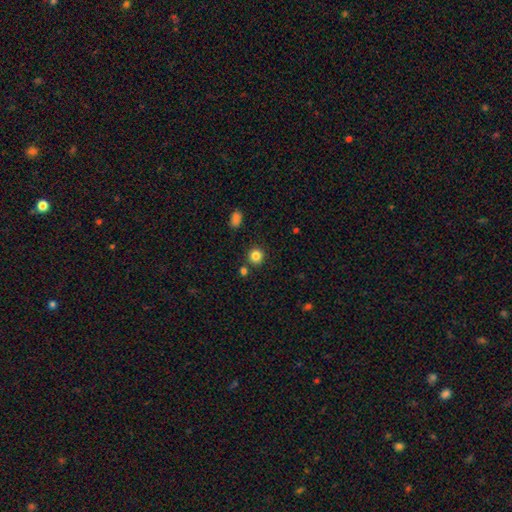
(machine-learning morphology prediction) A smooth galaxy with no disk features (84%) that is round (91%).

Vote fractions:
- Smooth or featured? smooth: 84% / star or artifact: 11% / featured or disk: 5%
- How rounded? round: 91% / in between: 8% / cigar-shaped: 1%
- Merging? none: 84% / minor disturbance: 7% / merger: 6% / major disturbance: 2%